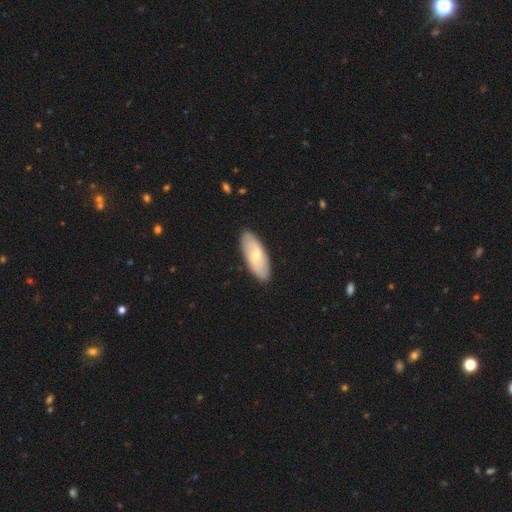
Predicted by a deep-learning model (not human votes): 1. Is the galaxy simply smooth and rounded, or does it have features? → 48% smooth, 47% featured or disk, 5% star or artifact.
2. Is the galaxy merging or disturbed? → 87% none, 10% minor disturbance, 2% major disturbance, 1% merger.